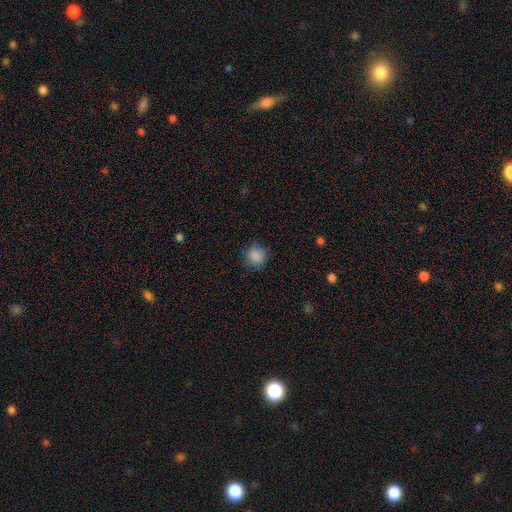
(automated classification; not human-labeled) Smooth or featured? Predicted: smooth (p=0.86). How rounded? Predicted: round (p=0.88). Merging? Predicted: none (p=0.81).